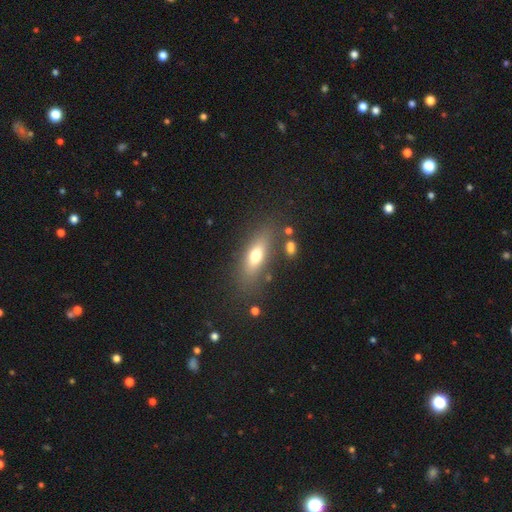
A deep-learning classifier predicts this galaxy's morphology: Q: Smooth or featured?
A: smooth (63%); runner-up: featured or disk (27%)
Q: How rounded?
A: in between (59%); runner-up: cigar-shaped (35%)
Q: Merging?
A: none (78%); runner-up: minor disturbance (12%)